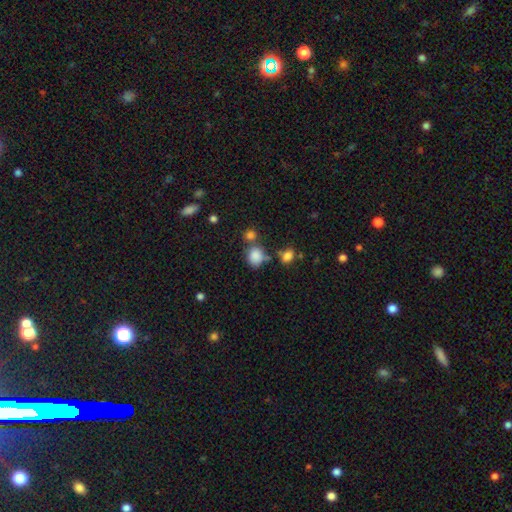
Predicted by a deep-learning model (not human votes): Smooth or featured? Predicted: smooth (p=0.83). How rounded? Predicted: round (p=0.63). Merging? Predicted: none (p=0.57).